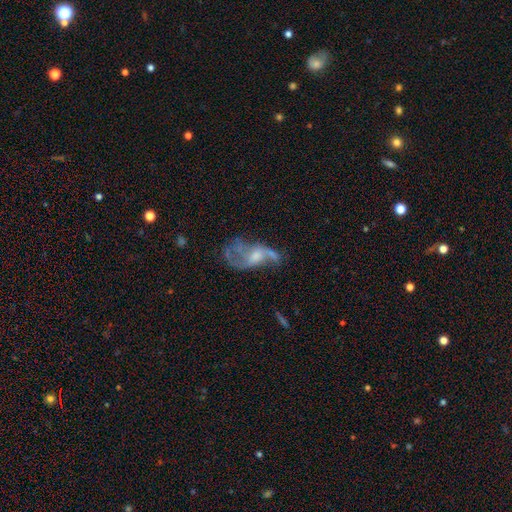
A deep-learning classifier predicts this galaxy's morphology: type=featured or disk (71%); edge-on=no (95%); bar=no (58%); spiral arms=yes (70%); bulge=moderate (40%); merging=major disturbance (35%, tied with none).